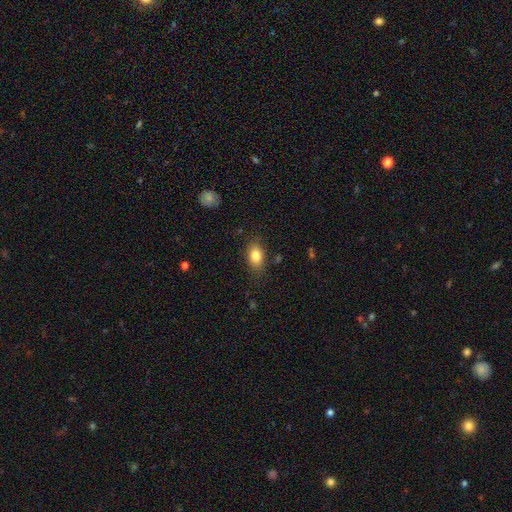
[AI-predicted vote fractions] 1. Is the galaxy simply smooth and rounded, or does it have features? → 83% smooth, 9% featured or disk, 8% star or artifact.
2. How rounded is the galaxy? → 87% in between, 11% round, 2% cigar-shaped.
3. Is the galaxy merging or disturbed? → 82% none, 13% minor disturbance, 3% major disturbance, 1% merger.